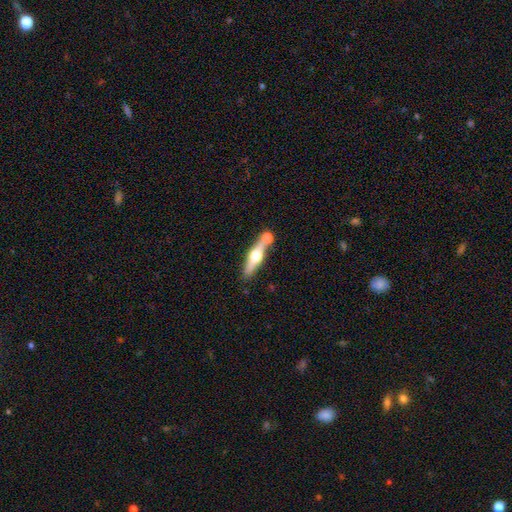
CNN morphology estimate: Overall: featured or disk (61%; smooth 33%). Edge-on disk: yes (93%). Edge-on bulge: rounded (95%). Merging: none (60%; merger 25%).